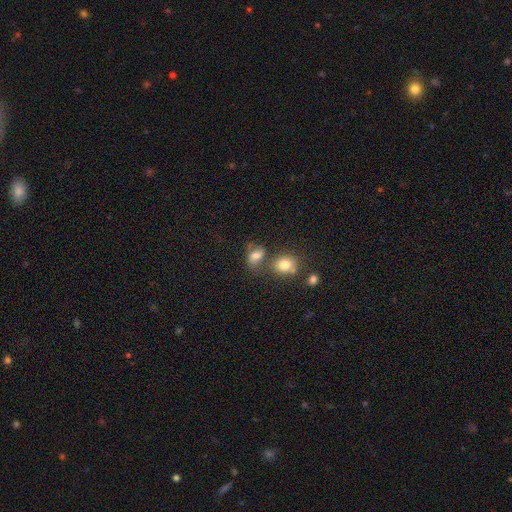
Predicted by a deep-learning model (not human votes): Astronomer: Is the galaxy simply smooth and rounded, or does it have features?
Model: smooth — 71%.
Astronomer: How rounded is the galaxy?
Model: in between — 67%.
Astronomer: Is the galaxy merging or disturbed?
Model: none — 46% (runner-up: merger, 26%).